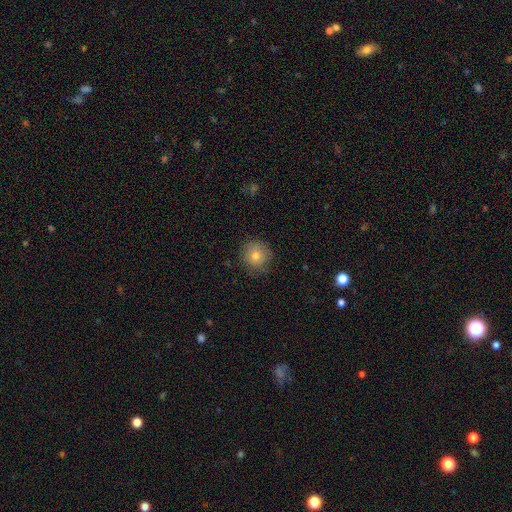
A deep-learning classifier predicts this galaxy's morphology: This is likely a smooth galaxy (72%). How rounded: clearly round (94%). Merging: clearly none (84%).